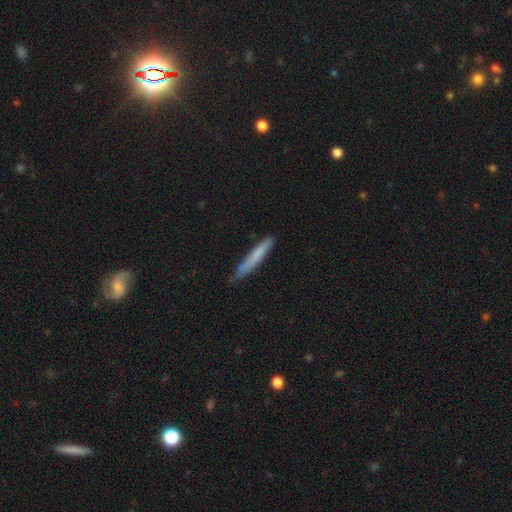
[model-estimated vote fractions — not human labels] smooth 72%, featured or disk 21%, star or artifact 6%. Down the decision tree: how rounded — cigar-shaped (95%); merging — none (76%).